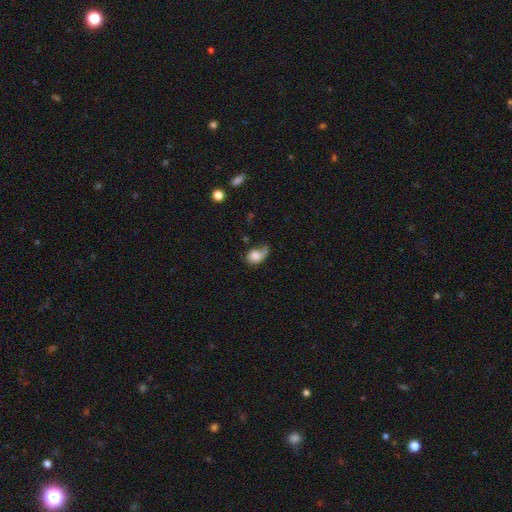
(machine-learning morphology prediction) Smooth or featured: smooth — 69% (featured or disk — 23%)
How rounded: in between — 61% (round — 38%)
Merging: major disturbance — 34% (none — 30%)